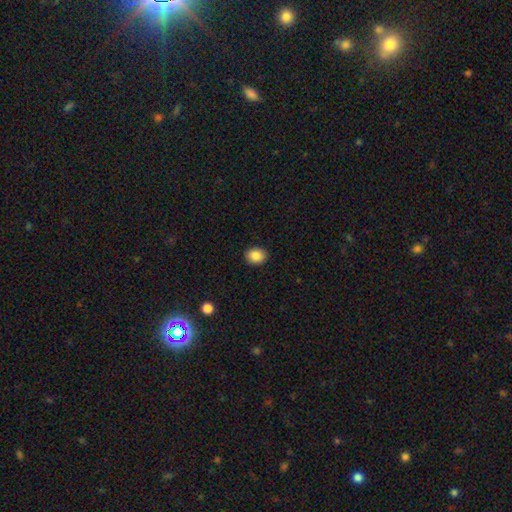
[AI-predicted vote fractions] Smooth or featured: smooth — 87% (star or artifact — 9%)
How rounded: round — 53% (in between — 46%)
Merging: none — 91% (minor disturbance — 7%)